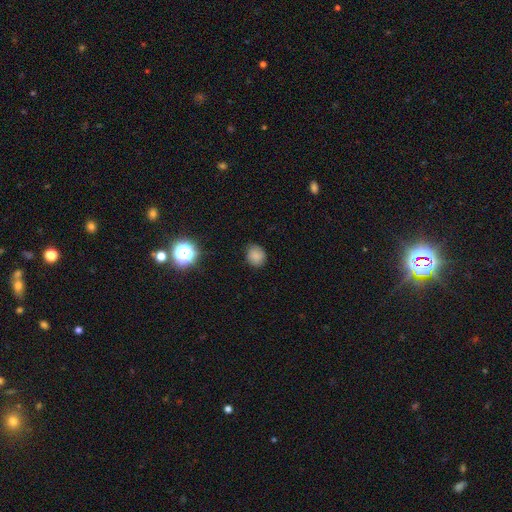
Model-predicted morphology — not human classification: Smooth or featured?
  - smooth: 81% *
  - star or artifact: 14%
  - featured or disk: 5%
How rounded?
  - round: 75% *
  - in between: 24%
  - cigar-shaped: 1%
Merging?
  - none: 83% *
  - minor disturbance: 13%
  - major disturbance: 3%
  - merger: 1%